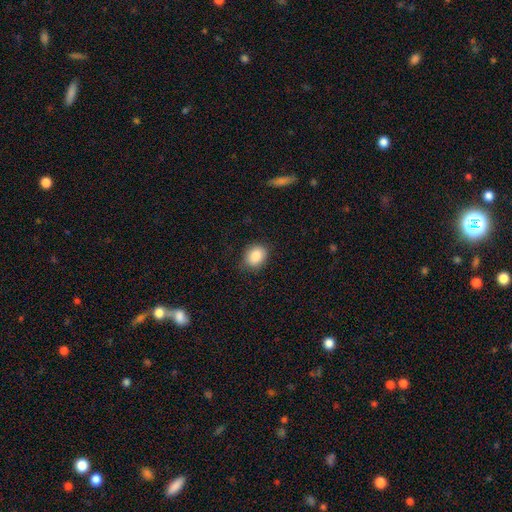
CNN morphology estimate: smooth_or_featured: smooth (p=0.86) [alt: star or artifact p=0.08]
how_rounded: round (p=0.54) [alt: in between p=0.45]
merging: none (p=0.82) [alt: minor disturbance p=0.14]